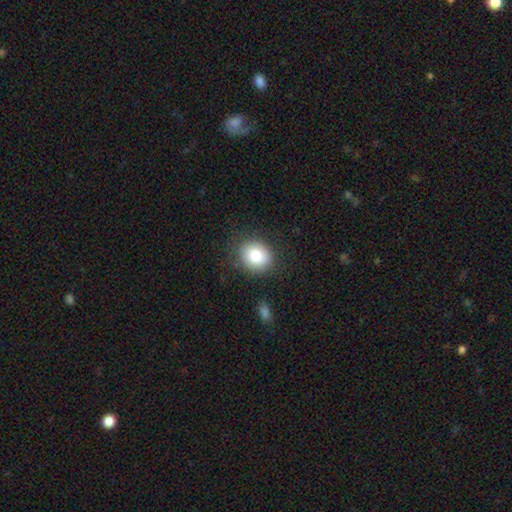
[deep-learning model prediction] A smooth galaxy with no disk features (82%) that is round (66%).

Vote fractions:
- Smooth or featured? smooth: 82% / featured or disk: 9% / star or artifact: 9%
- How rounded? round: 66% / in between: 33% / cigar-shaped: 1%
- Merging? none: 84% / minor disturbance: 11% / major disturbance: 4% / merger: 1%